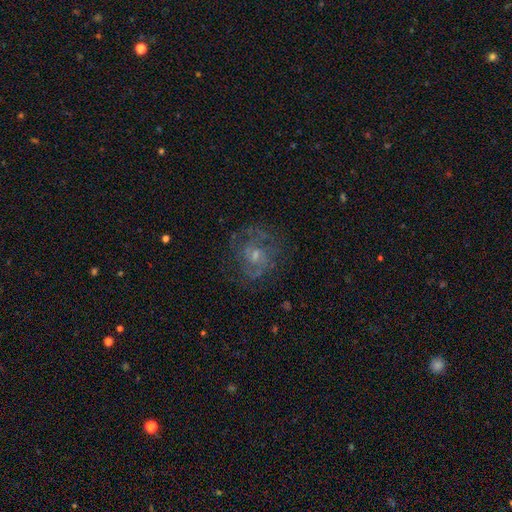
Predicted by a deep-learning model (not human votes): smooth-or-featured: featured or disk: 68% | smooth: 21% | star or artifact: 12%
  disk-edge-on: no: 98% | yes: 2%
    bar: no: 59% | weak: 36% | strong: 5%
    has-spiral-arms: yes: 70% | no: 30%
    bulge-size: small: 52% | moderate: 33% | none: 11% | large: 3% | dominant: 1%
  merging: none: 62% | major disturbance: 18% | minor disturbance: 18% | merger: 2%